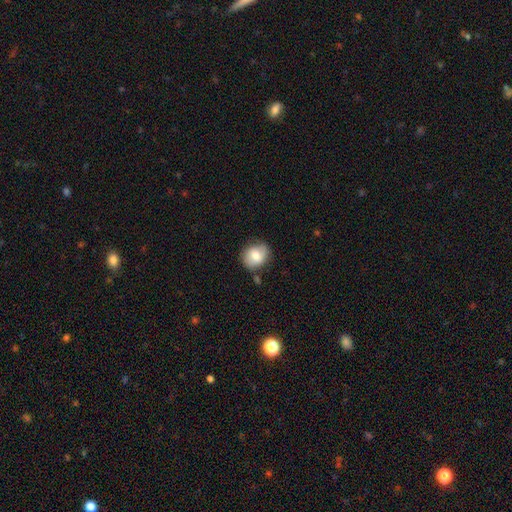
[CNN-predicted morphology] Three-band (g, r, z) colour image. It shows a smooth galaxy with no disk features (75%) that is round (68%). Merging: none (70%).